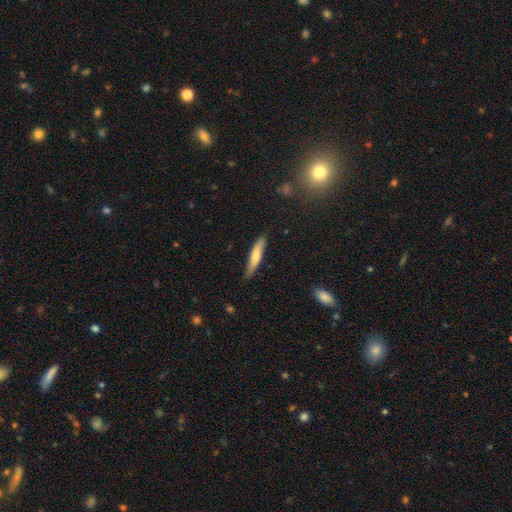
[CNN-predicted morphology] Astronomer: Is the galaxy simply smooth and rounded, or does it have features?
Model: smooth — 69%.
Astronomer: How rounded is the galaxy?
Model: cigar-shaped — 88%.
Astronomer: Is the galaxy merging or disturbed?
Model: none — 83%.